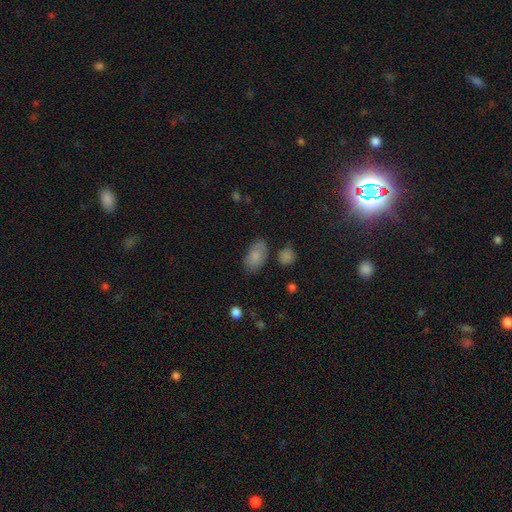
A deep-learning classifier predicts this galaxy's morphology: This appears to be a smooth galaxy with no disk features (81%) that is in between round and cigar-shaped (92%). Merging: none (70%).